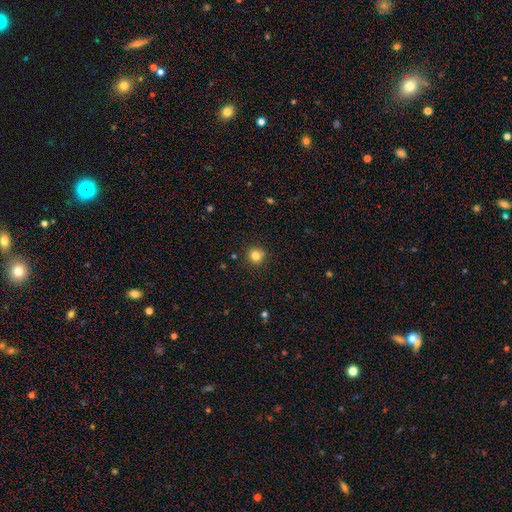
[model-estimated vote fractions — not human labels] Overall: smooth (81%). How rounded: round (92%). Merging: none (88%).